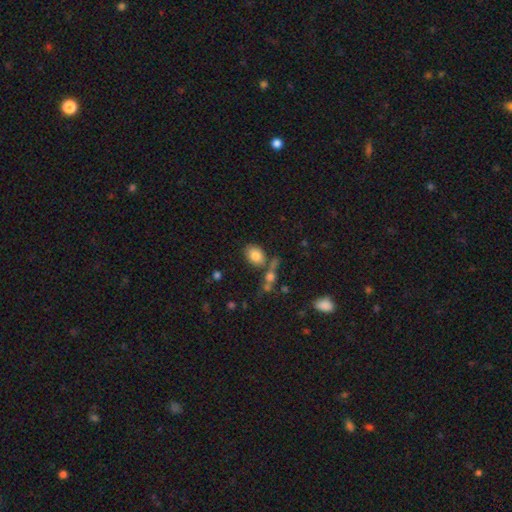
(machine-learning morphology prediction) This appears to be a smooth galaxy with no disk features (82%) that is in between round and cigar-shaped (76%). Merging: none (62%).